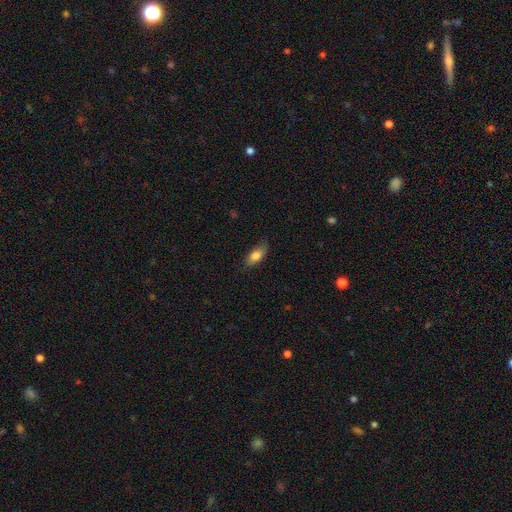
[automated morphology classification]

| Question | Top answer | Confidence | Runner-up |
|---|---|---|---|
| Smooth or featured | smooth | 79% | featured or disk (14%) |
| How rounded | in between | 83% | cigar-shaped (14%) |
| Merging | none | 76% | minor disturbance (19%) |